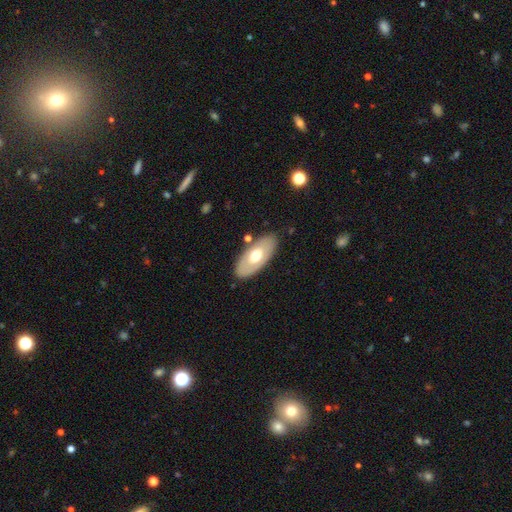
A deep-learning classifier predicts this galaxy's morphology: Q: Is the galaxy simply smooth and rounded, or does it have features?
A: smooth — 53%.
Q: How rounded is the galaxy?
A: in between — 91%.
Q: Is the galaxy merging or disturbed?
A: none — 84%.